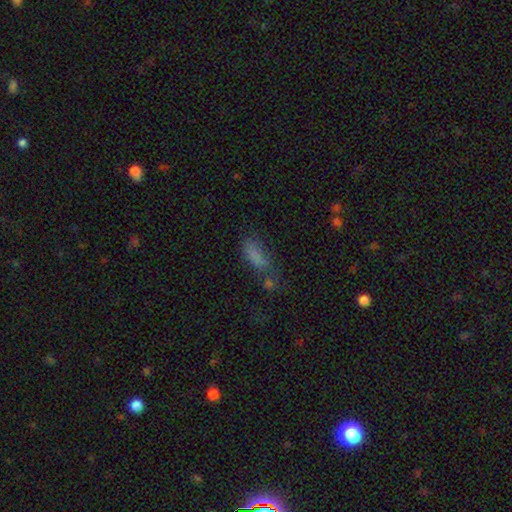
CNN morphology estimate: This is likely a smooth galaxy (74%). How rounded: likely in between (70%). Merging: marginally none (42%).